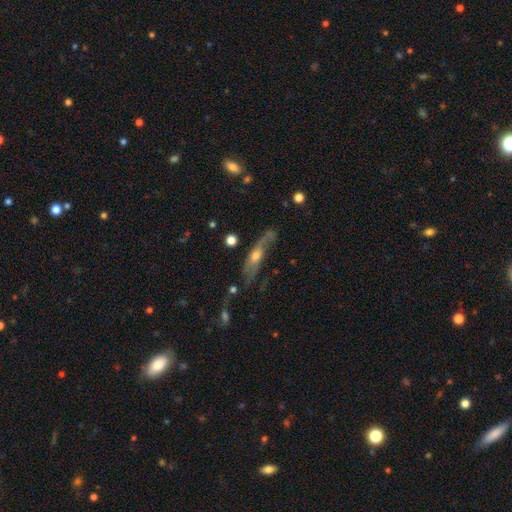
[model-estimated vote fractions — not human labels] A featured or disk galaxy (64%).

Vote fractions:
- Smooth or featured? featured or disk: 64% / smooth: 28% / star or artifact: 8%
- Edge-on disk? no: 51% / yes: 49%
- Merging? none: 46% / minor disturbance: 26% / major disturbance: 22% / merger: 7%